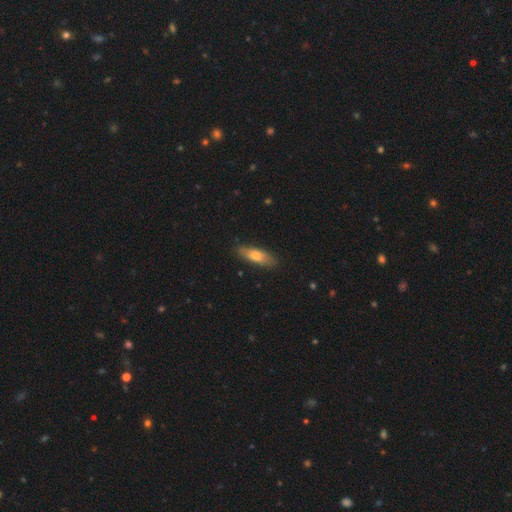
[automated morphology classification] Smooth or featured: smooth — 70% (featured or disk — 24%)
How rounded: in between — 51% (cigar-shaped — 47%)
Merging: none — 84% (minor disturbance — 12%)